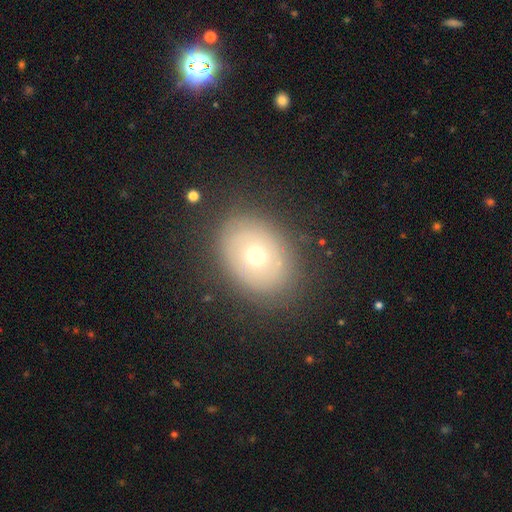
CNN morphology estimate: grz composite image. It shows a smooth galaxy with no disk features (51%) that is in between round and cigar-shaped (65%). Merging: none (83%).